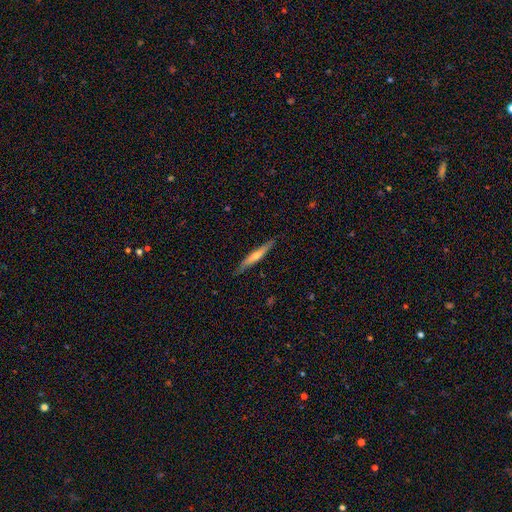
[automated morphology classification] A featured or disk galaxy (57%) viewed edge-on (95%) with a rounded central bulge (73%). Merging: none (88%).